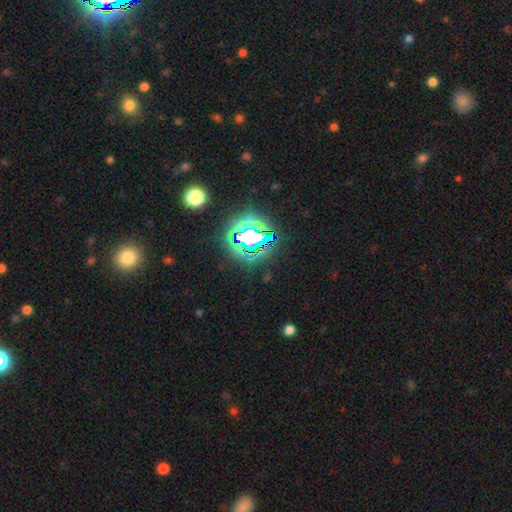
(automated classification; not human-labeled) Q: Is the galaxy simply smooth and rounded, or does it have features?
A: star or artifact — 73%.